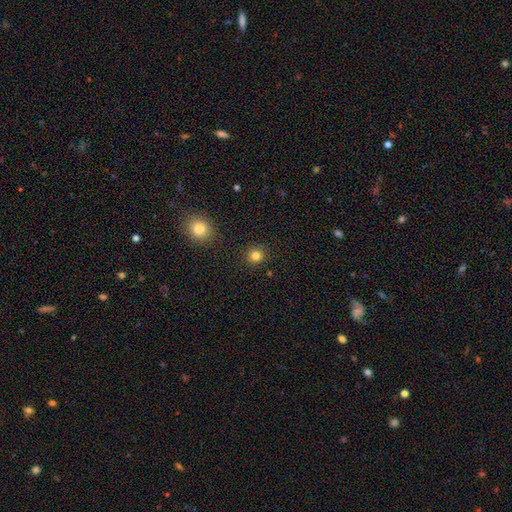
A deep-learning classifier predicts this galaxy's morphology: Smooth or featured? Predicted: smooth (p=0.81). How rounded? Predicted: round (p=0.93). Merging? Predicted: none (p=0.91).